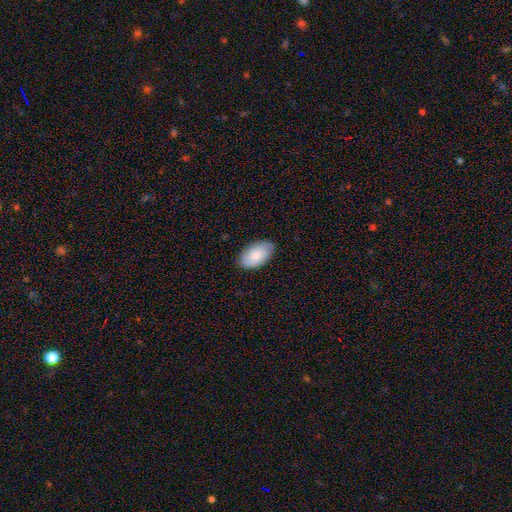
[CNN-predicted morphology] Smooth or featured? smooth (82%)
How rounded? in between (95%)
Merging? none (83%)